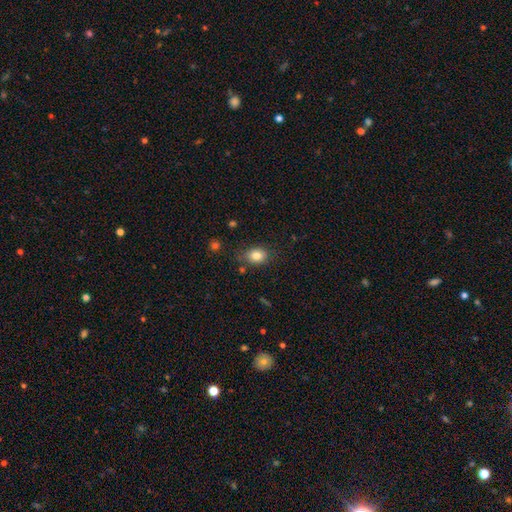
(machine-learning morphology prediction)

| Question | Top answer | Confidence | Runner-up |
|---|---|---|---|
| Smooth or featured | smooth | 82% | star or artifact (10%) |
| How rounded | in between | 67% | round (32%) |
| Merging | none | 76% | minor disturbance (16%) |